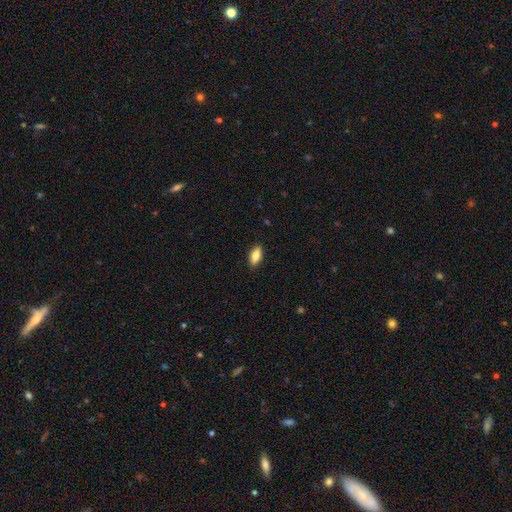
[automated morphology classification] Q: Smooth or featured?
A: smooth (84%); runner-up: featured or disk (9%)
Q: How rounded?
A: in between (85%); runner-up: cigar-shaped (12%)
Q: Merging?
A: none (88%); runner-up: minor disturbance (9%)